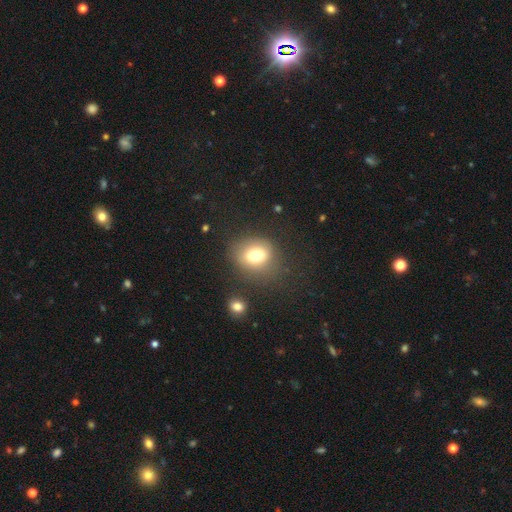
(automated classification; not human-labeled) Smooth or featured: smooth — 76% (featured or disk — 13%)
How rounded: round — 56% (in between — 43%)
Merging: none — 72% (minor disturbance — 16%)